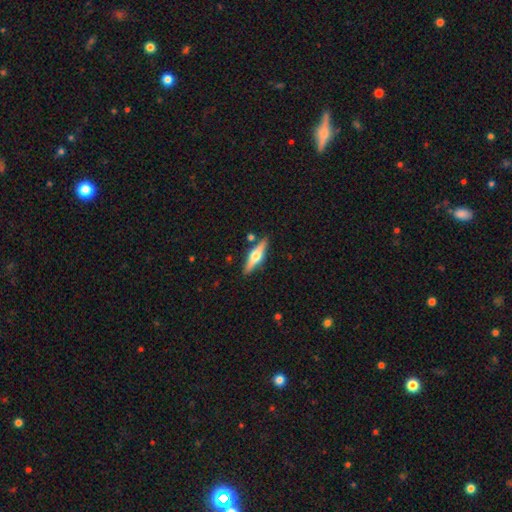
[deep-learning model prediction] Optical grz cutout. It shows a featured or disk galaxy (66%) viewed edge-on (96%) with a rounded central bulge (95%). Merging: none (86%).